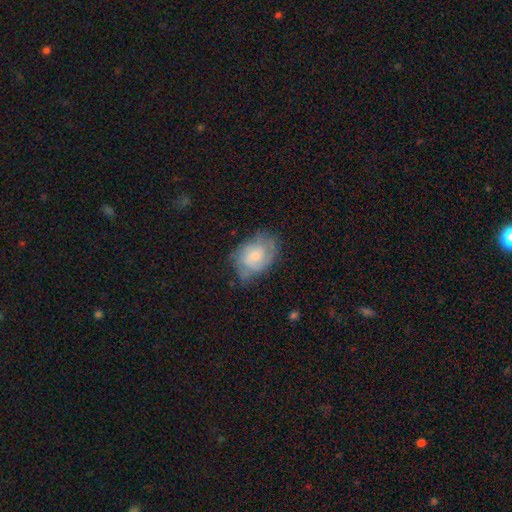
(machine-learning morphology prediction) This appears to be a featured or disk galaxy (49%). Merging: none (58%).